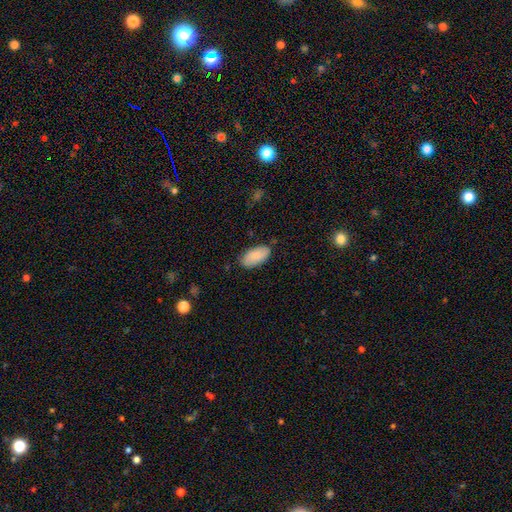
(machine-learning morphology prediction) This appears to be a smooth galaxy with no disk features (85%) that is in between round and cigar-shaped (95%). Merging: none (80%).